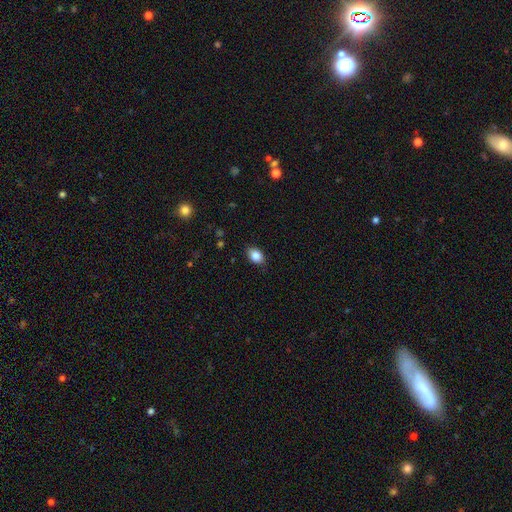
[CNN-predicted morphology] Smooth or featured?
  - smooth: 85% *
  - star or artifact: 8%
  - featured or disk: 6%
How rounded?
  - in between: 80% *
  - round: 18%
  - cigar-shaped: 1%
Merging?
  - none: 86% *
  - minor disturbance: 11%
  - major disturbance: 2%
  - merger: 1%